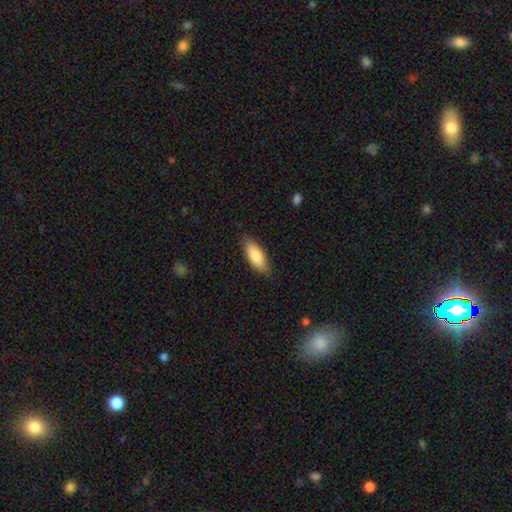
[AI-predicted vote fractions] smooth-or-featured: smooth: 84% | featured or disk: 10% | star or artifact: 6%
  how-rounded: in between: 75% | cigar-shaped: 24% | round: 2%
  merging: none: 85% | minor disturbance: 11% | major disturbance: 2% | merger: 1%